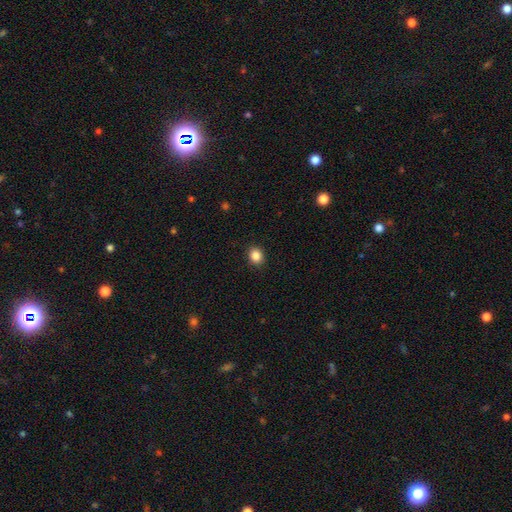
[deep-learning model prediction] A smooth galaxy with no disk features (86%) that is round (66%). Merging: none (91%).